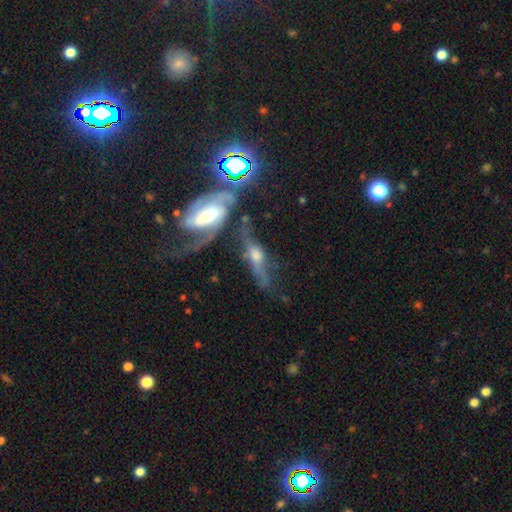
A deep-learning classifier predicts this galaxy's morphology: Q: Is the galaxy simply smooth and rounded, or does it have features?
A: featured or disk — 72%.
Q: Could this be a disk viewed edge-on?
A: no — 56%.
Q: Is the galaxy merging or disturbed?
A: merger — 33%.